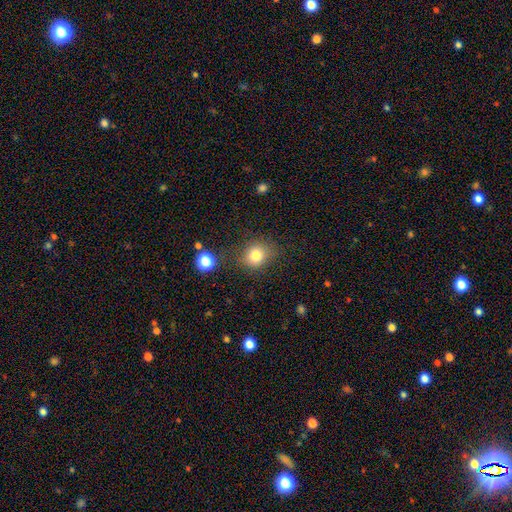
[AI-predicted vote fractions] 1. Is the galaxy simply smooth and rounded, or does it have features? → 80% smooth, 12% star or artifact, 8% featured or disk.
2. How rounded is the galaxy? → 72% round, 27% in between, 1% cigar-shaped.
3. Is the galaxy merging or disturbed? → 77% none, 14% minor disturbance, 5% major disturbance, 4% merger.